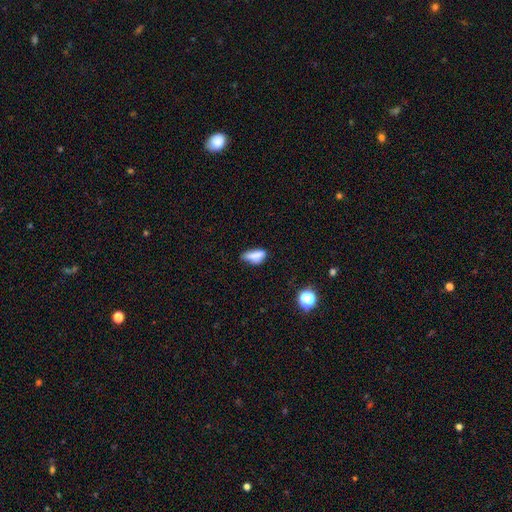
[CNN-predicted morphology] Smooth or featured?
  - smooth: 76% *
  - featured or disk: 13%
  - star or artifact: 11%
How rounded?
  - in between: 79% *
  - cigar-shaped: 16%
  - round: 5%
Merging?
  - none: 40% *
  - minor disturbance: 39%
  - major disturbance: 14%
  - merger: 7%